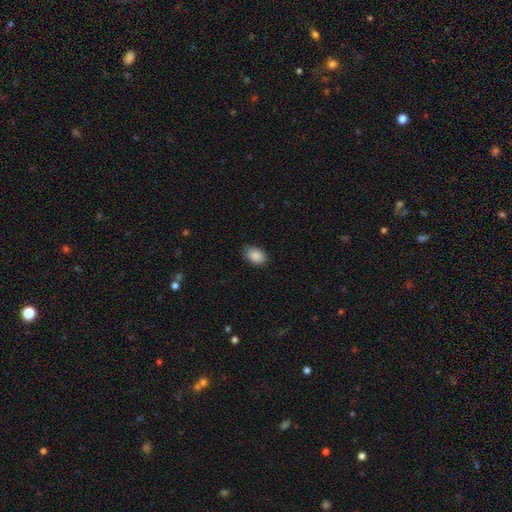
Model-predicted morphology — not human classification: A smooth galaxy with no disk features (89%) that is in between round and cigar-shaped (86%). Merging: none (85%).